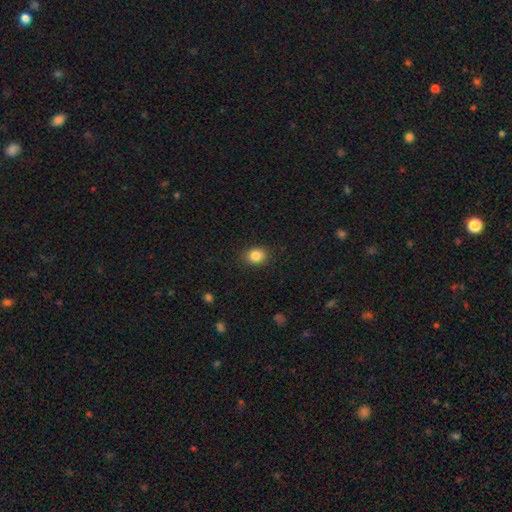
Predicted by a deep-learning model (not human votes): Morphology: type=smooth (85%); roundness=round (52%); merging=none (88%).